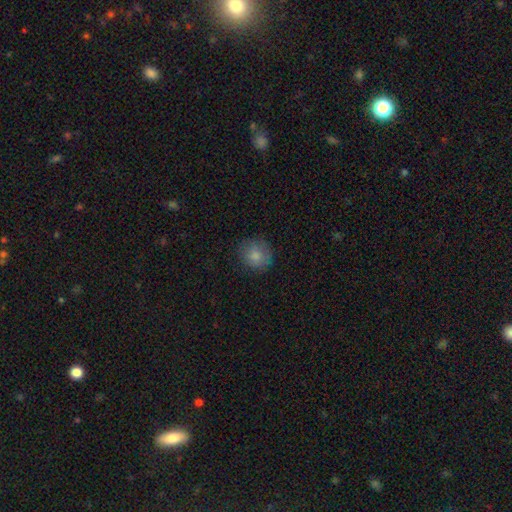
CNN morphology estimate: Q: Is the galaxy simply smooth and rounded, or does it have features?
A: smooth — 82%.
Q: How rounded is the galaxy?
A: round — 89%.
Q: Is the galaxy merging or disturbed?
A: none — 80%.